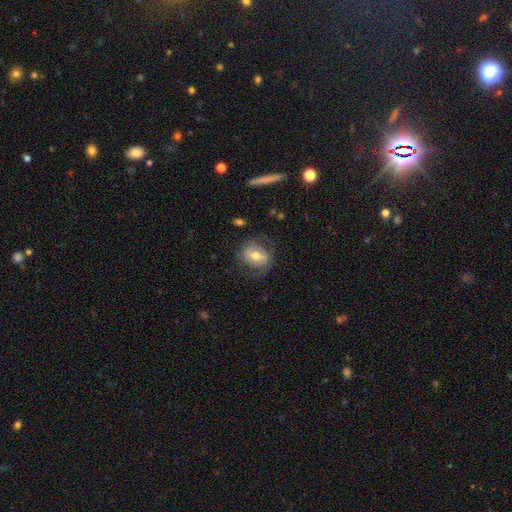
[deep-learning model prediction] smooth_or_featured: smooth (p=0.49) [alt: featured or disk p=0.43]
merging: none (p=0.67) [alt: minor disturbance p=0.19]